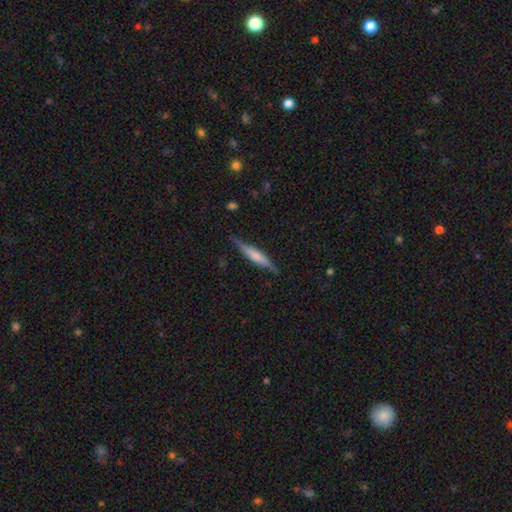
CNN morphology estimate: A featured or disk galaxy (50%) viewed edge-on (95%). Merging: none (83%).